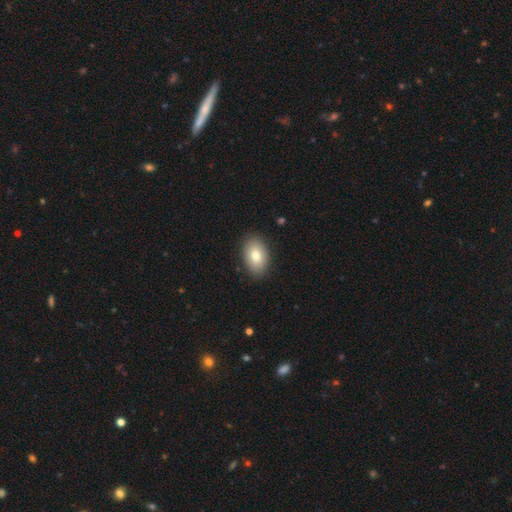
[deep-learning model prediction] The model was most divided on "smooth or featured": smooth: 80%, featured or disk: 13%, star or artifact: 7%. More confident: how rounded — in between (88%); merging — none (88%).